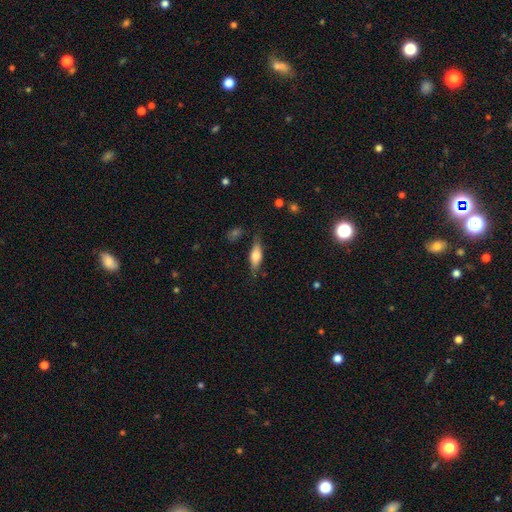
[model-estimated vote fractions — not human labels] Smooth or featured: smooth — 60% (featured or disk — 33%)
How rounded: in between — 61% (cigar-shaped — 36%)
Merging: none — 74% (minor disturbance — 19%)